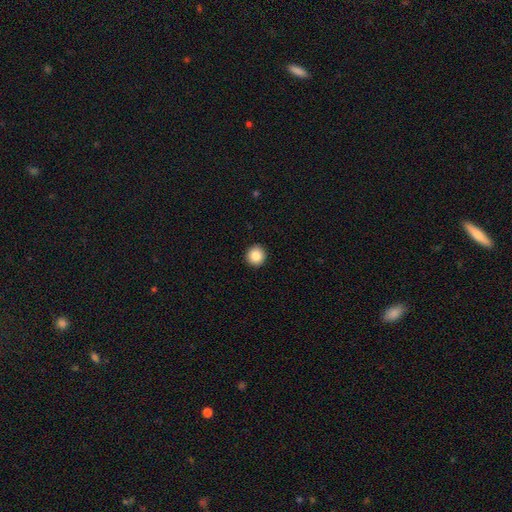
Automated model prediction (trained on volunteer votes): Overall: smooth (85%). How rounded: round (94%). Merging: none (93%).